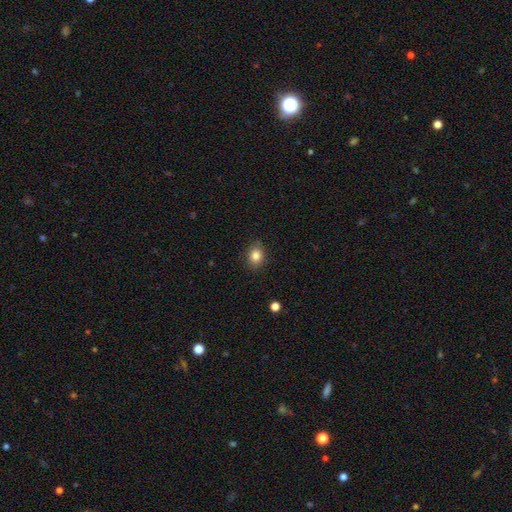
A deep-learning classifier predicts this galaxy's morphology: Smooth or featured: smooth — 84% (star or artifact — 10%)
How rounded: in between — 50% (round — 49%)
Merging: none — 85% (minor disturbance — 11%)